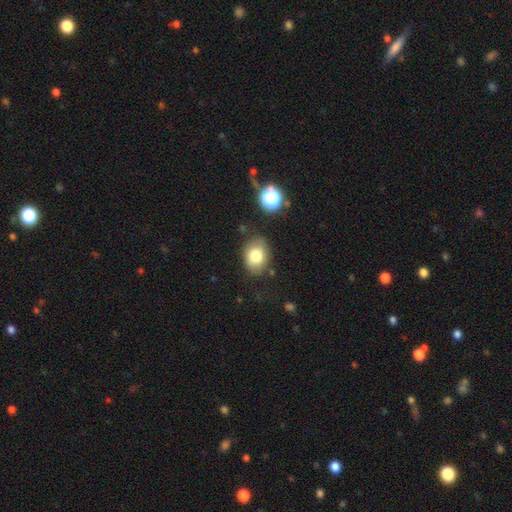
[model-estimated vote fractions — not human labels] The model was most divided on "how rounded": in between: 68%, round: 31%, cigar-shaped: 1%. More confident: smooth or featured — smooth (79%); merging — none (75%).